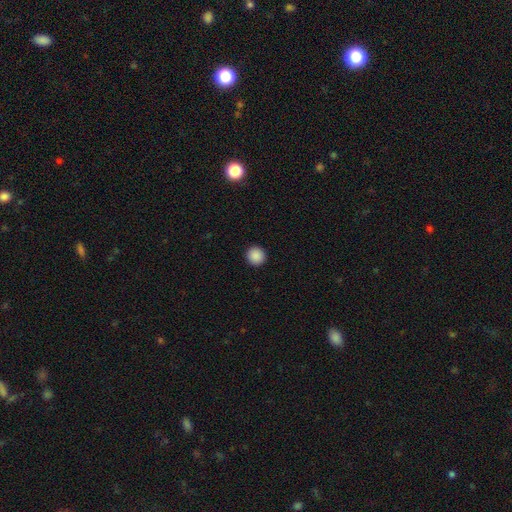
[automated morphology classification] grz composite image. It shows a smooth galaxy with no disk features (89%) that is round (95%). Merging: none (93%).